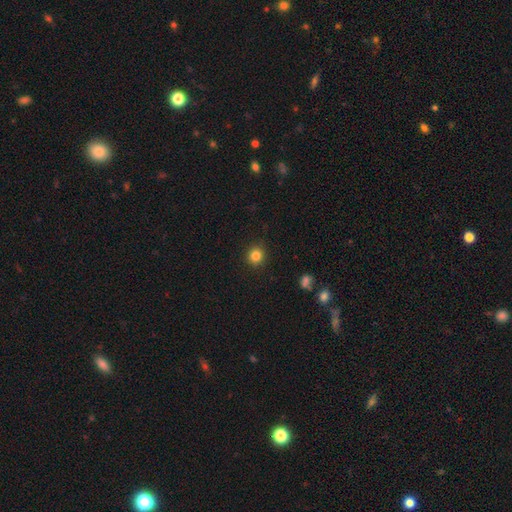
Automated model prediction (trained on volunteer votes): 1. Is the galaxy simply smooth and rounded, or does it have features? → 84% smooth, 12% star or artifact, 5% featured or disk.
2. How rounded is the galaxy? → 91% round, 8% in between, 1% cigar-shaped.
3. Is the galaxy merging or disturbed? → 91% none, 6% minor disturbance, 2% major disturbance, 1% merger.